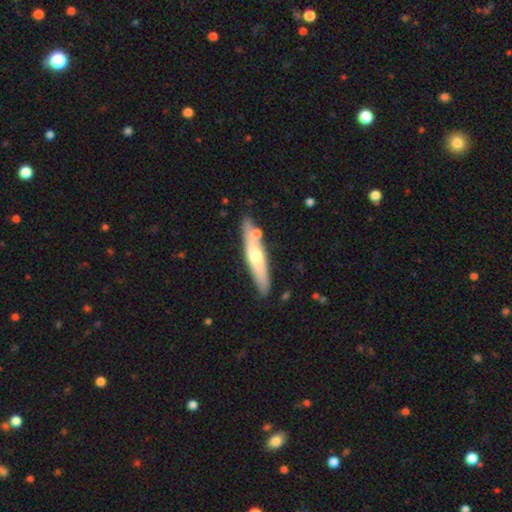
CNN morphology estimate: This appears to be a featured or disk galaxy (48%). Merging: none (79%).